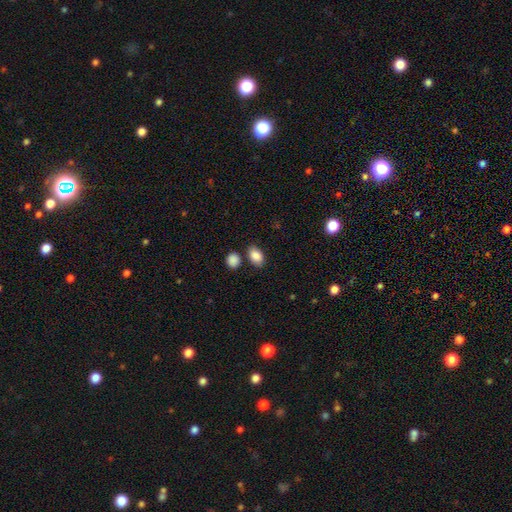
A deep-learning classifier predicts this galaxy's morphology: A smooth galaxy with no disk features (87%) that is in between round and cigar-shaped (85%). Merging: none (77%).